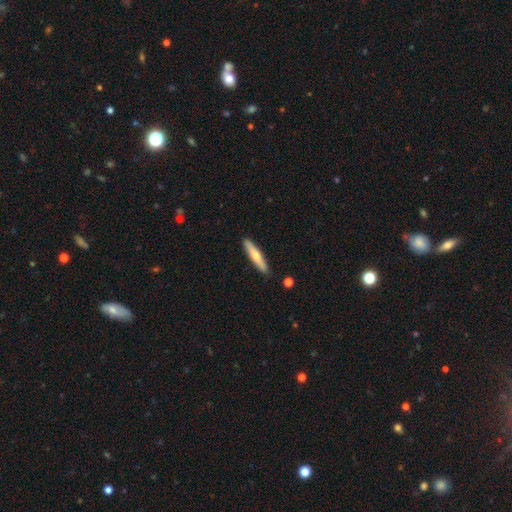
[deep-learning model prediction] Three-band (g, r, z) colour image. It shows a smooth galaxy with no disk features (60%) that is cigar-shaped (90%). Merging: none (89%).